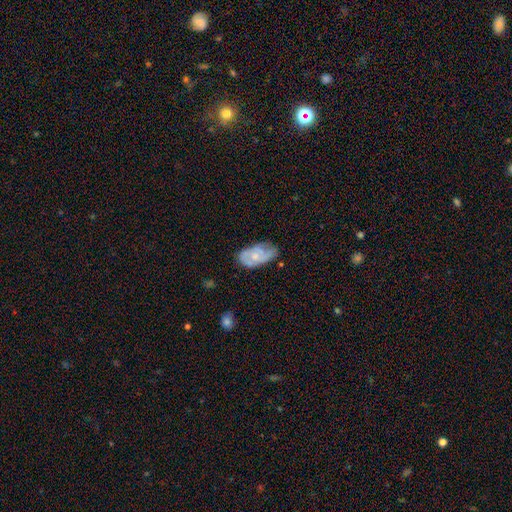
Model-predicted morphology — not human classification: A featured or disk galaxy (49%). Merging: none (57%).